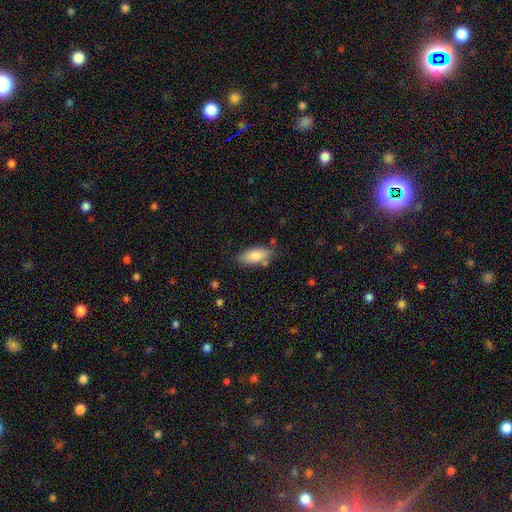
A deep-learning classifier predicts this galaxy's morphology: smooth 83%, featured or disk 10%, star or artifact 7%. Down the decision tree: how rounded — in between (85%); merging — none (73%).